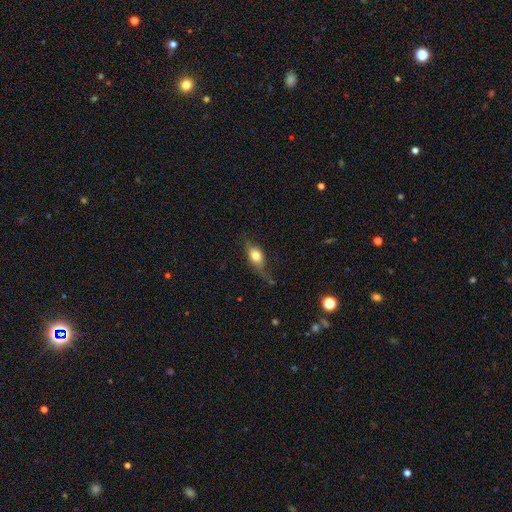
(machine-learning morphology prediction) Smooth or featured?
  - smooth: 68% *
  - featured or disk: 24%
  - star or artifact: 8%
How rounded?
  - in between: 74% *
  - cigar-shaped: 14%
  - round: 12%
Merging?
  - none: 59% *
  - minor disturbance: 28%
  - major disturbance: 10%
  - merger: 3%